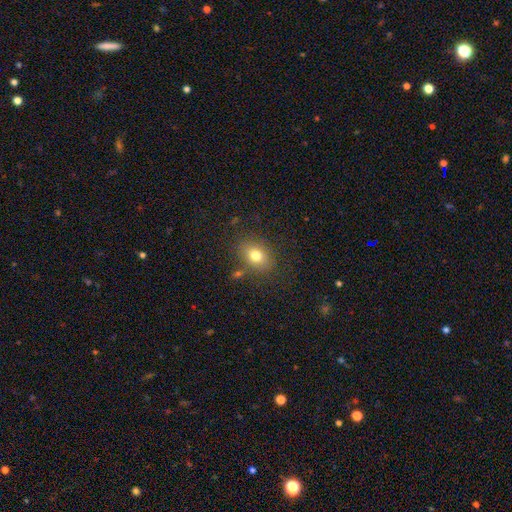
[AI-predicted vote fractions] Smooth or featured? smooth (77%)
How rounded? in between (63%)
Merging? none (80%)